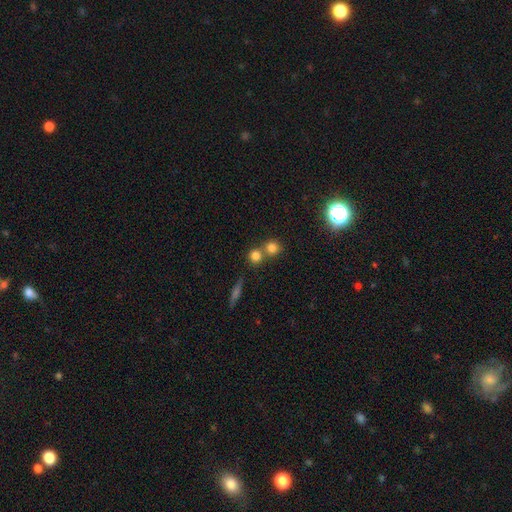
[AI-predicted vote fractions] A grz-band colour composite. It shows a smooth galaxy with no disk features (78%) that is round (87%). Merging: none (53%).